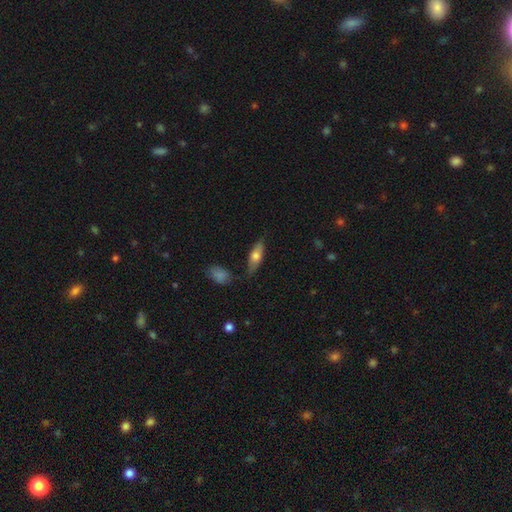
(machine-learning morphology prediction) smooth 61%, featured or disk 32%, star or artifact 6%. Down the decision tree: how rounded — in between (60%); merging — none (74%).